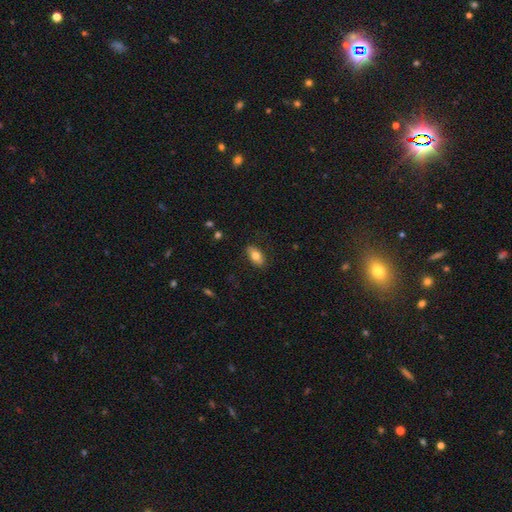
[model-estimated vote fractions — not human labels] Smooth or featured? Predicted: smooth (p=0.74). How rounded? Predicted: in between (p=0.89). Merging? Predicted: none (p=0.85).